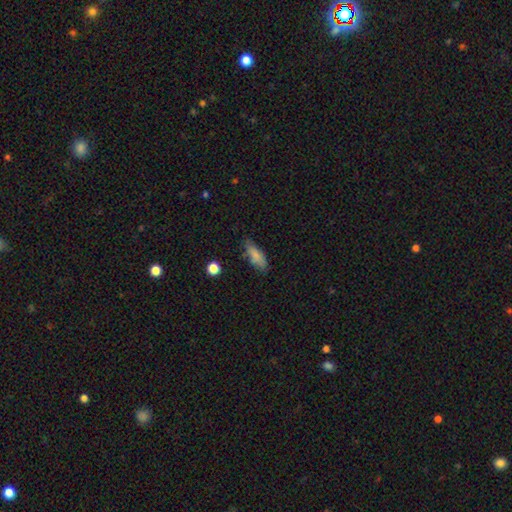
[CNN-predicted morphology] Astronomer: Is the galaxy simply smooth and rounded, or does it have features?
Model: smooth — 80%.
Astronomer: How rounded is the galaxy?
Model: in between — 65%.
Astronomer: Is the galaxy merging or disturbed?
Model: none — 73%.